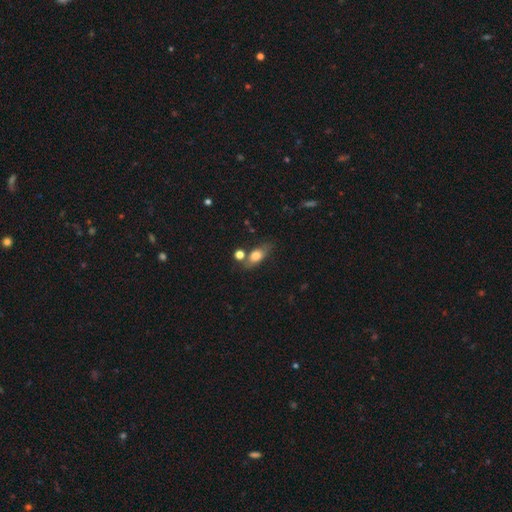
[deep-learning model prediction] smooth_or_featured: smooth (p=0.74) [alt: featured or disk p=0.17]
how_rounded: in between (p=0.75) [alt: round p=0.14]
merging: none (p=0.62) [alt: minor disturbance p=0.19]